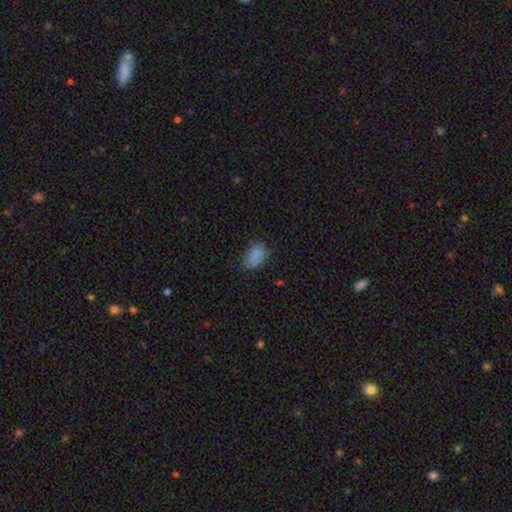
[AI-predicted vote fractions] Overall: smooth (83%). How rounded: in between (82%). Merging: none (69%).